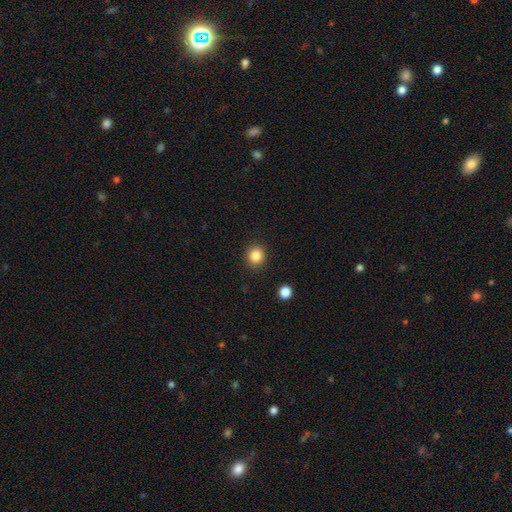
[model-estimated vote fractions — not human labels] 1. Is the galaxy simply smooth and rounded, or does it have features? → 85% smooth, 11% star or artifact, 4% featured or disk.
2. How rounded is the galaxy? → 88% round, 11% in between, 1% cigar-shaped.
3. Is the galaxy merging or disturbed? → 91% none, 6% minor disturbance, 2% major disturbance, 1% merger.